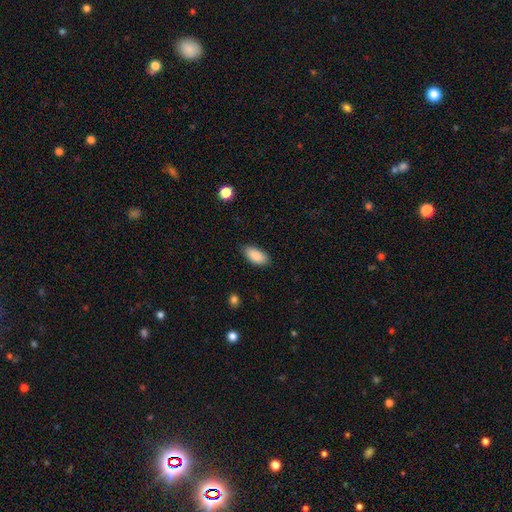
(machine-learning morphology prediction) A smooth galaxy with no disk features (89%) that is in between round and cigar-shaped (92%).

Vote fractions:
- Smooth or featured? smooth: 89% / star or artifact: 6% / featured or disk: 5%
- How rounded? in between: 92% / cigar-shaped: 6% / round: 2%
- Merging? none: 86% / minor disturbance: 11% / major disturbance: 2% / merger: 1%